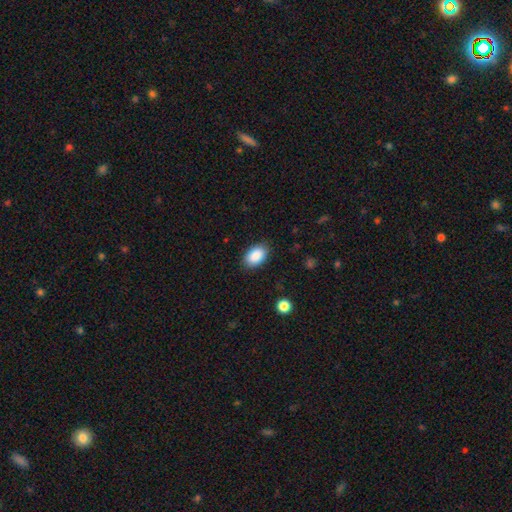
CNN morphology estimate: This is clearly a smooth galaxy (89%). How rounded: clearly in between (90%). Merging: clearly none (86%).